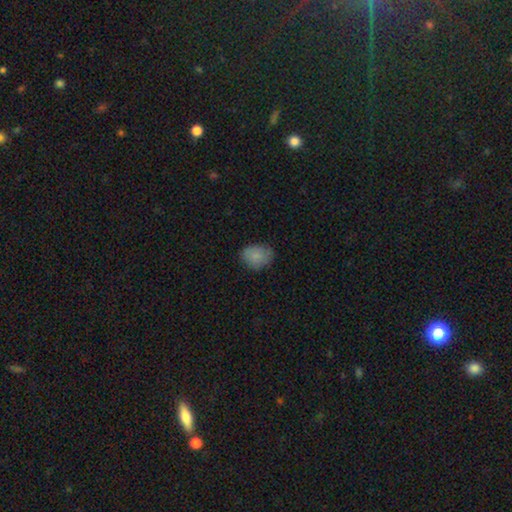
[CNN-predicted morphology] This appears to be a smooth galaxy with no disk features (82%) that is in between round and cigar-shaped (59%). Merging: none (71%).